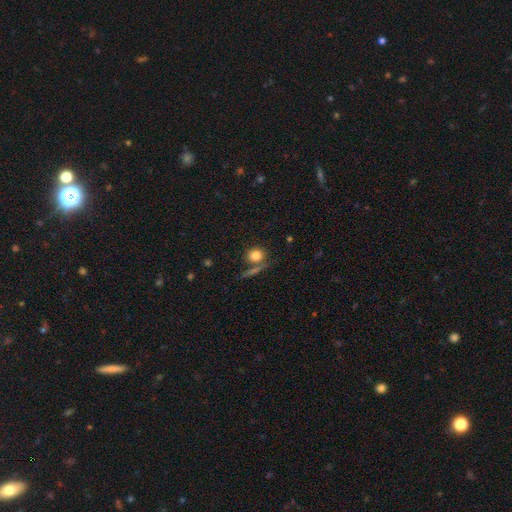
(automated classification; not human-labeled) Morphology: type=smooth (81%); roundness=round (75%); merging=none (67%).